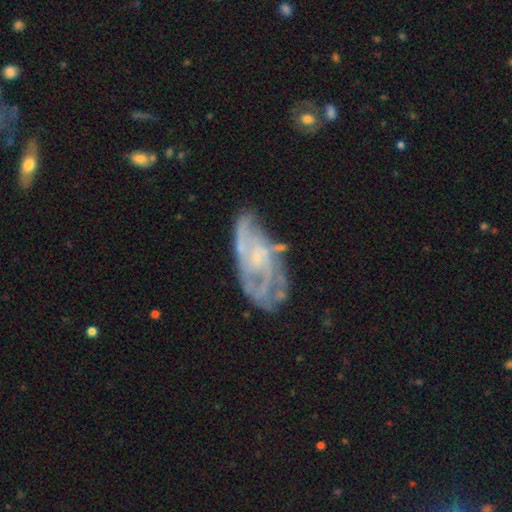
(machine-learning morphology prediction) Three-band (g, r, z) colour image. It shows a featured or disk galaxy (79%) with no bar (63%), tight (44%) spiral arms (83%) and a small central bulge (58%). Merging: none (56%).